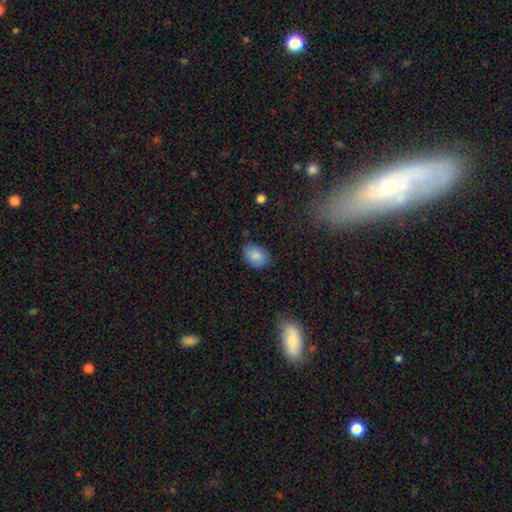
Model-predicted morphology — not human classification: smooth 84%, featured or disk 8%, star or artifact 7%. Down the decision tree: how rounded — in between (81%); merging — none (77%).